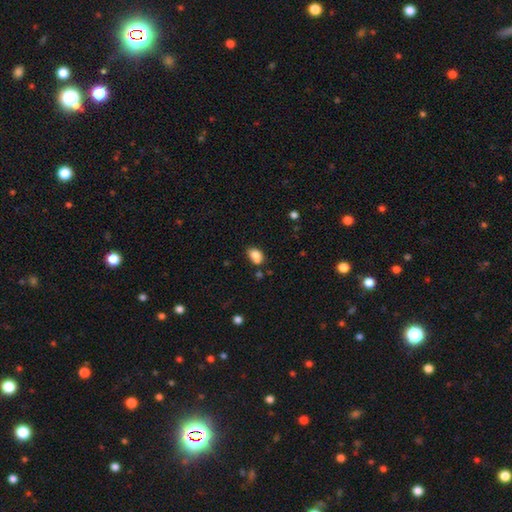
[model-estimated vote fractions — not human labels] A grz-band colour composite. It shows a smooth galaxy with no disk features (78%) that is in between round and cigar-shaped (78%). Merging: none (44%).